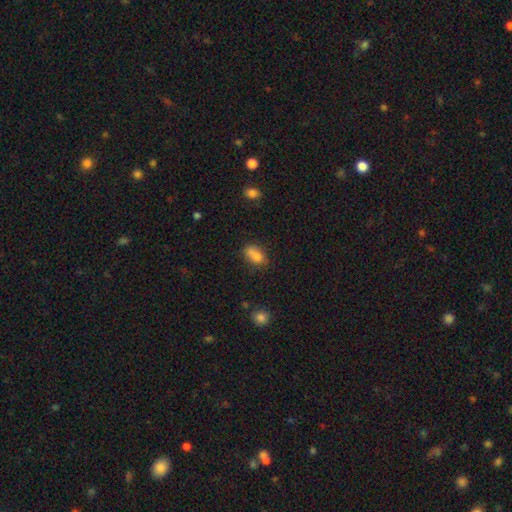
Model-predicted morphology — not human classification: smooth-or-featured: smooth: 75% | featured or disk: 14% | star or artifact: 11%
  how-rounded: in between: 77% | round: 20% | cigar-shaped: 3%
  merging: none: 43% | merger: 30% | minor disturbance: 20% | major disturbance: 7%